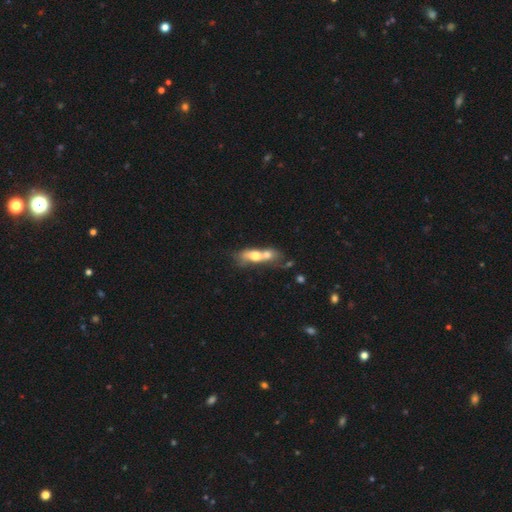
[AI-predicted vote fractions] Smooth or featured? smooth (62%)
How rounded? in between (62%)
Merging? merger (75%)